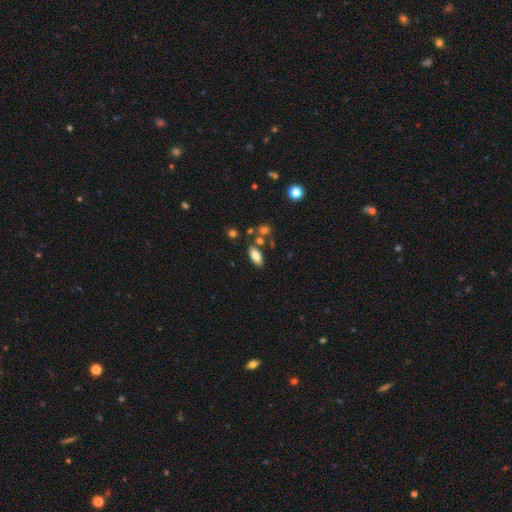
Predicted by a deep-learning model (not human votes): A smooth galaxy with no disk features (78%) that is in between round and cigar-shaped (87%).

Vote fractions:
- Smooth or featured? smooth: 78% / featured or disk: 14% / star or artifact: 8%
- How rounded? in between: 87% / cigar-shaped: 11% / round: 3%
- Merging? none: 76% / minor disturbance: 12% / merger: 9% / major disturbance: 3%